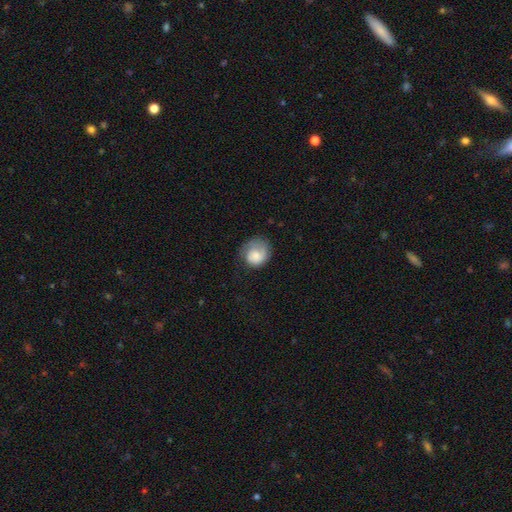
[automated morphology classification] smooth_or_featured: smooth (p=0.55) [alt: featured or disk p=0.38]
how_rounded: round (p=0.72) [alt: in between p=0.27]
merging: none (p=0.55) [alt: minor disturbance p=0.25]